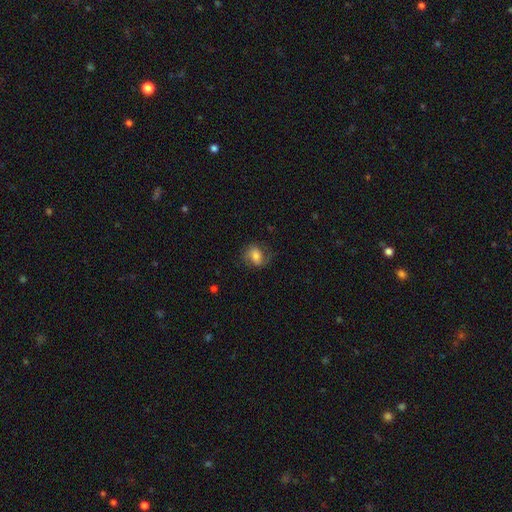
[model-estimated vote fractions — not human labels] smooth-or-featured: smooth: 53% | featured or disk: 38% | star or artifact: 9%
  how-rounded: in between: 56% | round: 42% | cigar-shaped: 2%
  merging: none: 64% | minor disturbance: 22% | major disturbance: 12% | merger: 1%